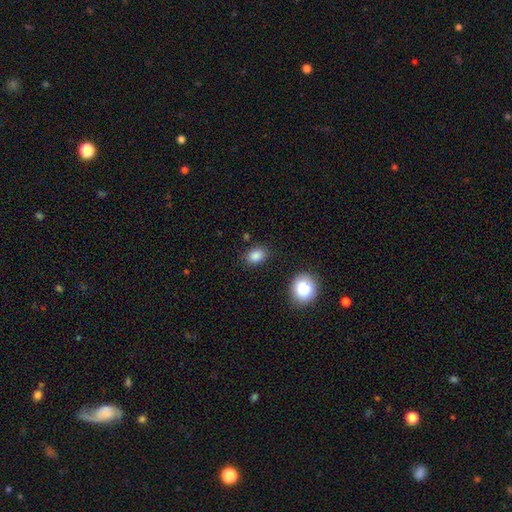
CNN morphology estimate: Q: Smooth or featured?
A: smooth (87%); runner-up: star or artifact (9%)
Q: How rounded?
A: in between (69%); runner-up: round (29%)
Q: Merging?
A: none (82%); runner-up: minor disturbance (11%)